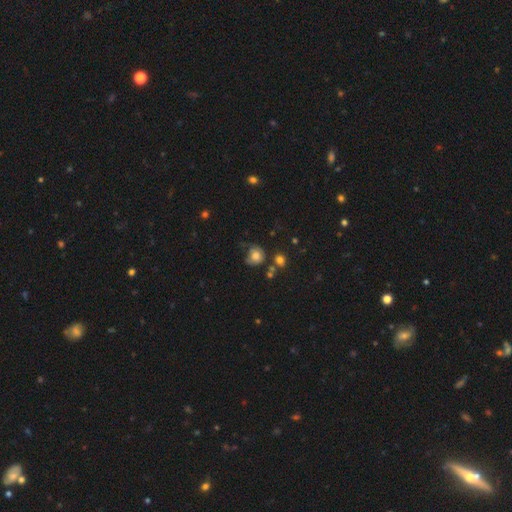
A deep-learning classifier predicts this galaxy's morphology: smooth 72%, featured or disk 17%, star or artifact 12%. Down the decision tree: how rounded — round (73%); merging — none (41%).